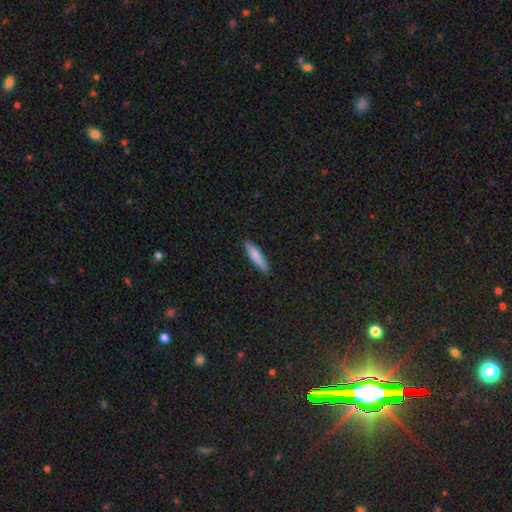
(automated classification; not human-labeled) This appears to be a smooth galaxy with no disk features (80%) that is cigar-shaped (77%). Merging: none (84%).